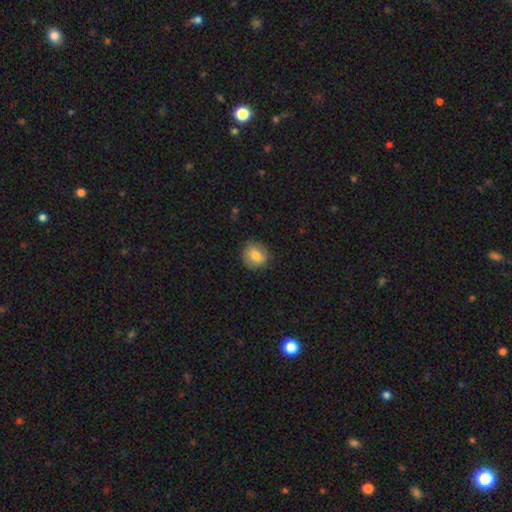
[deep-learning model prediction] A smooth galaxy with no disk features (73%) that is round (81%). Merging: none (83%).